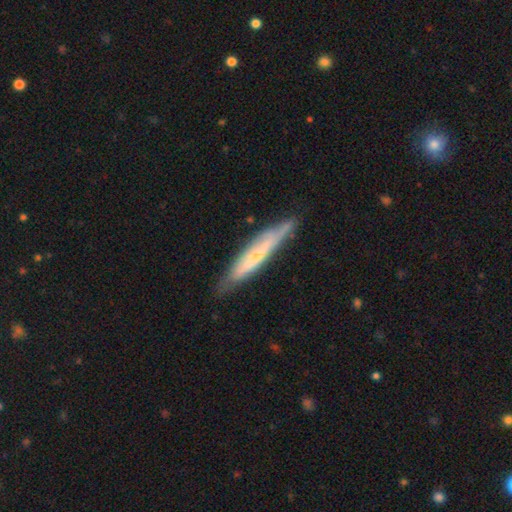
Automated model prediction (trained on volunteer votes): This appears to be a featured or disk galaxy (48%). Merging: none (74%).